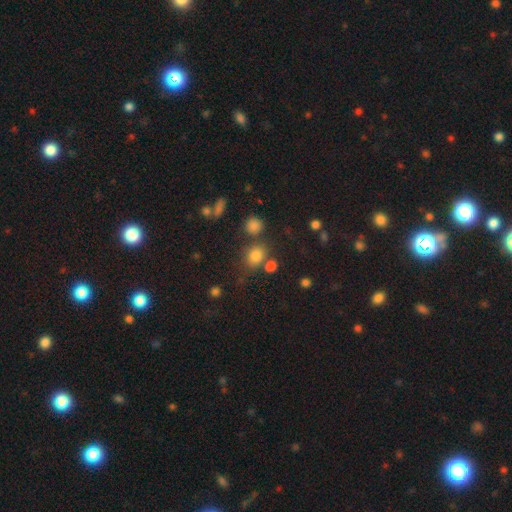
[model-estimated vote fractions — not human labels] Smooth or featured? smooth (79%)
How rounded? round (51%)
Merging? none (64%)